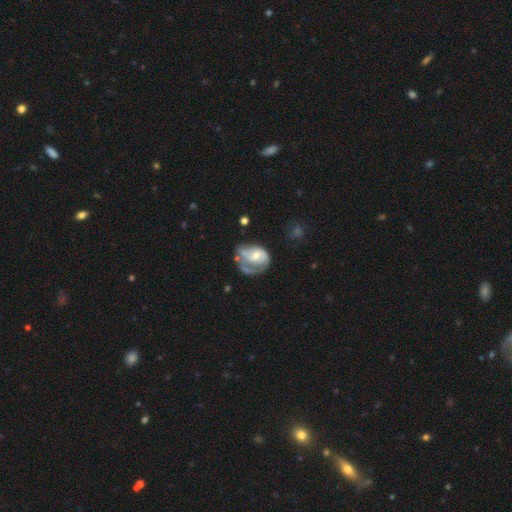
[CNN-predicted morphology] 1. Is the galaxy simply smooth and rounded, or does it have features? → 64% featured or disk, 29% smooth, 7% star or artifact.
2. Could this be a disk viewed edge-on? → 97% no, 3% yes.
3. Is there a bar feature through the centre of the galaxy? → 67% no, 28% weak, 5% strong.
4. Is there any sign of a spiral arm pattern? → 64% yes, 36% no.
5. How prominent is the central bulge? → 52% moderate, 37% small, 5% large, 5% none, 1% dominant.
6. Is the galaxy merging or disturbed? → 37% major disturbance, 28% none, 25% minor disturbance, 9% merger.